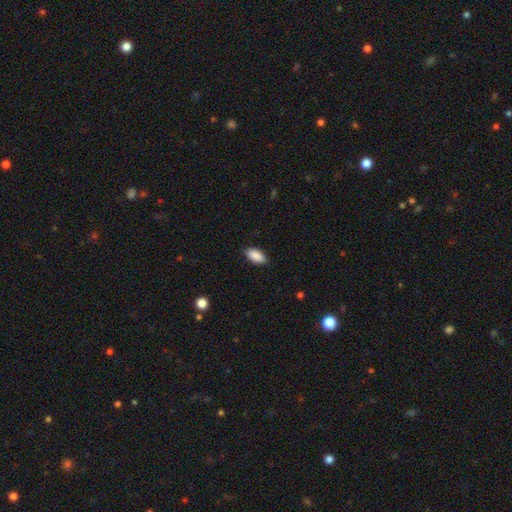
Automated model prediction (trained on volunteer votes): Overall: smooth (90%). How rounded: in between (92%). Merging: none (87%).